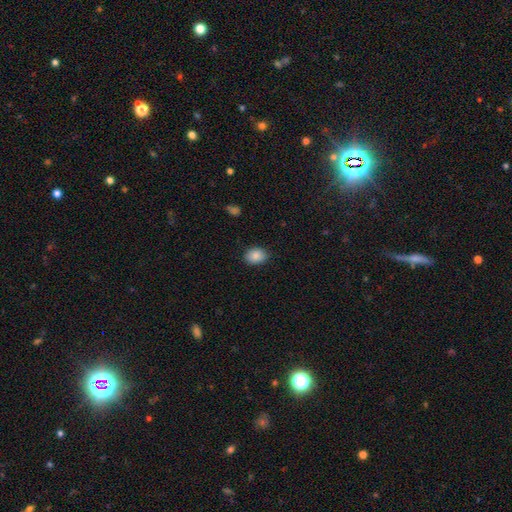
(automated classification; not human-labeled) The model was most divided on "how rounded": in between: 67%, round: 32%, cigar-shaped: 1%. More confident: smooth or featured — smooth (87%); merging — none (87%).